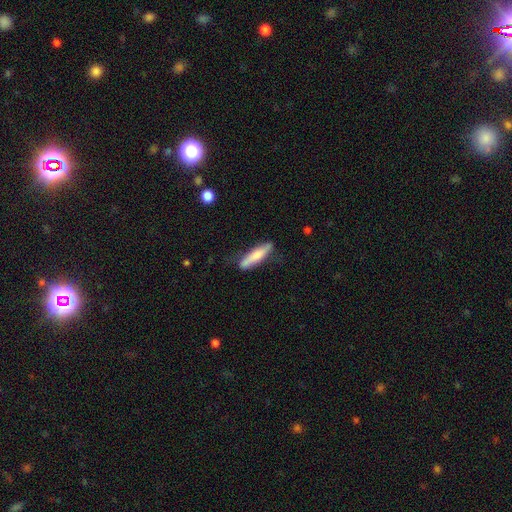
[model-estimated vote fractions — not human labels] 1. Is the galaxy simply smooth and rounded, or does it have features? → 65% smooth, 29% featured or disk, 6% star or artifact.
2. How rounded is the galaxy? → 82% cigar-shaped, 17% in between, 2% round.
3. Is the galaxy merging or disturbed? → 72% none, 21% minor disturbance, 5% major disturbance, 3% merger.